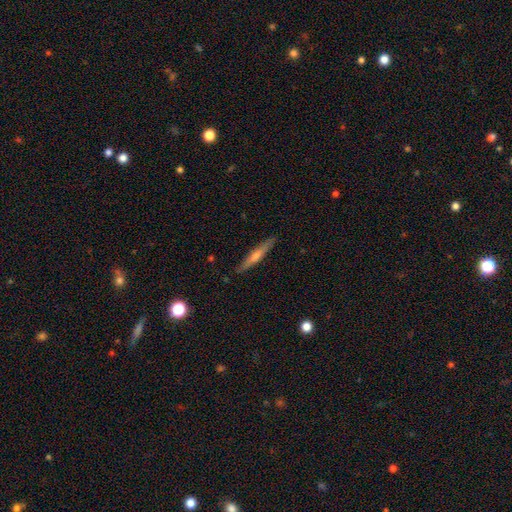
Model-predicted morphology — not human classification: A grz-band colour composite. It shows a featured or disk galaxy (54%) viewed edge-on (96%) with a rounded central bulge (57%). Merging: none (89%).